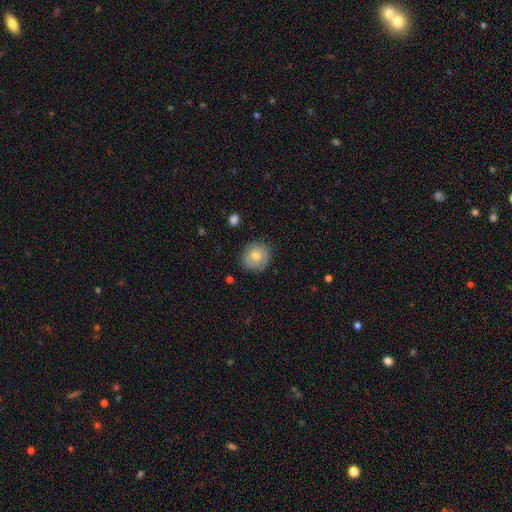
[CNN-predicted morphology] smooth_or_featured: smooth (p=0.60) [alt: featured or disk p=0.31]
how_rounded: round (p=0.89) [alt: in between p=0.10]
merging: none (p=0.83) [alt: minor disturbance p=0.13]